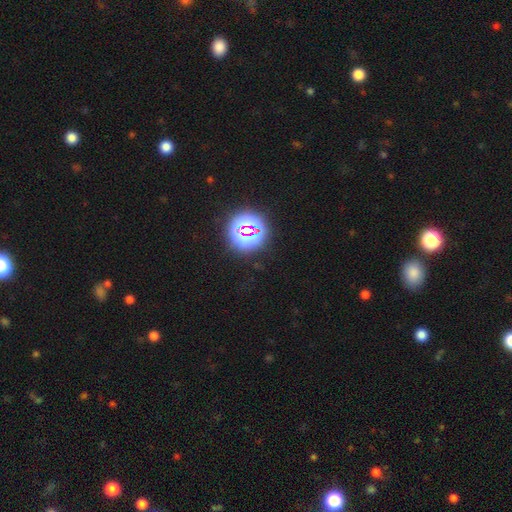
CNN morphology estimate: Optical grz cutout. It shows a star or artifact, not a galaxy (79%).